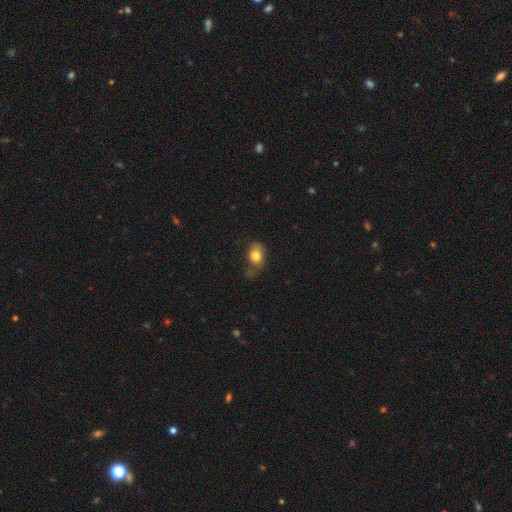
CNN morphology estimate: This appears to be a smooth galaxy with no disk features (78%) that is in between round and cigar-shaped (72%). Merging: none (45%).